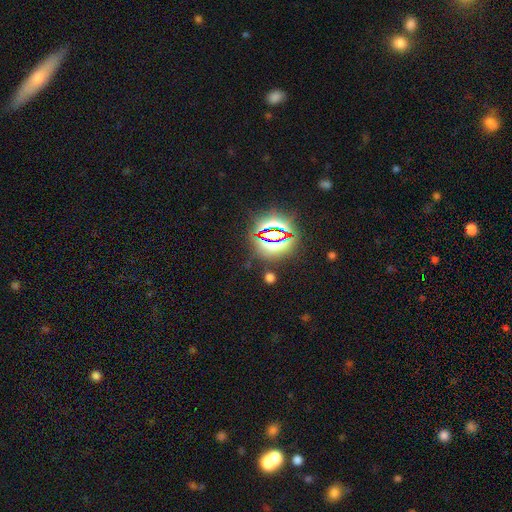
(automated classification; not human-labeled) The model was most divided on "smooth or featured": star or artifact: 82%, smooth: 11%, featured or disk: 7%.